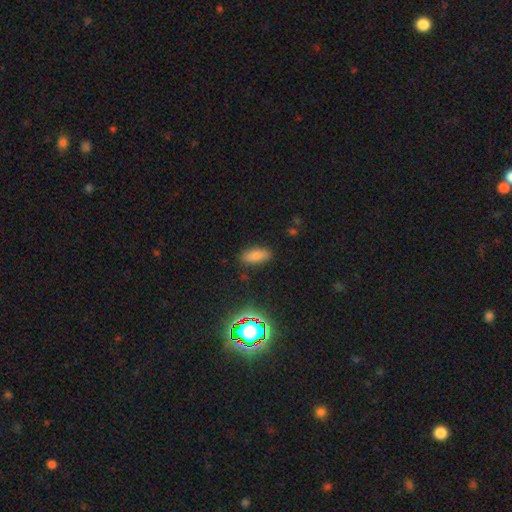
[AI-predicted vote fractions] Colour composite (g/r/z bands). It shows a smooth galaxy with no disk features (80%) that is in between round and cigar-shaped (83%). Merging: none (86%).